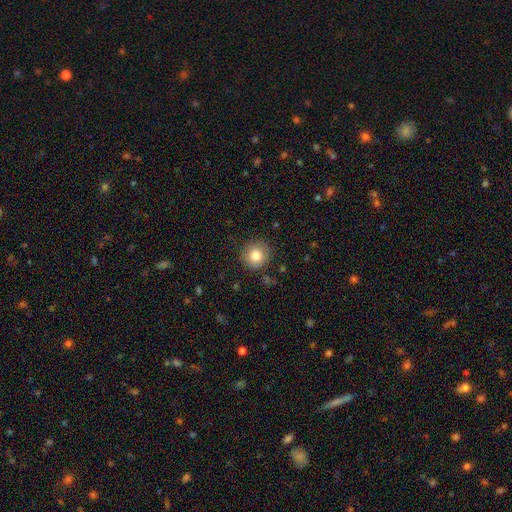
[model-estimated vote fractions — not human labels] A smooth galaxy with no disk features (81%) that is round (92%). Merging: none (87%).